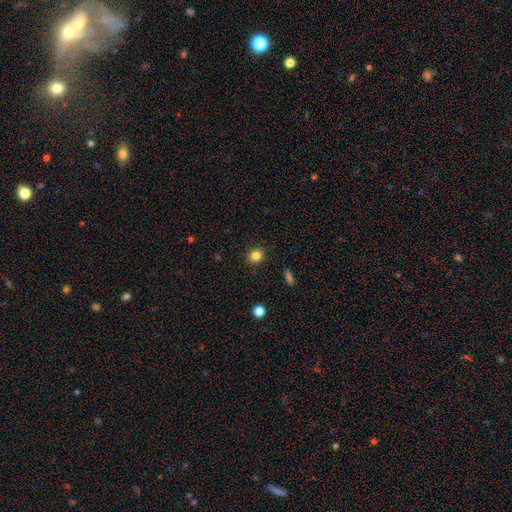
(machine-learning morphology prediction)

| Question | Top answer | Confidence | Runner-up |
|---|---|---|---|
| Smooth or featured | smooth | 83% | star or artifact (12%) |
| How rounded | round | 85% | in between (14%) |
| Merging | none | 91% | minor disturbance (6%) |